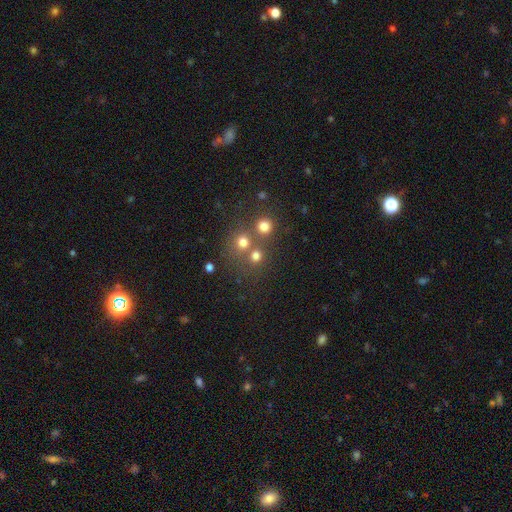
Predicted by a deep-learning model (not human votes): Overall: smooth (72%). How rounded: round (87%). Merging: none (60%; merger 29%).